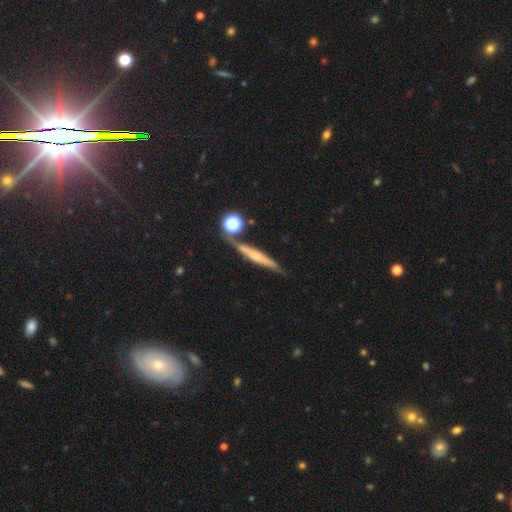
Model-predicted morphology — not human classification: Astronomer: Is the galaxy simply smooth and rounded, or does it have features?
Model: featured or disk — 61%.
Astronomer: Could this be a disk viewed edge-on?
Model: yes — 91%.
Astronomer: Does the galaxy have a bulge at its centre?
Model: rounded — 62%.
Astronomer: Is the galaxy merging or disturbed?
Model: none — 71%.